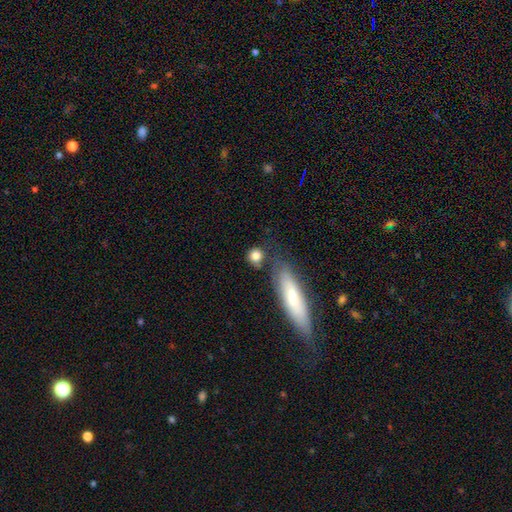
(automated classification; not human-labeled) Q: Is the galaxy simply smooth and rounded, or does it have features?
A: smooth — 82%.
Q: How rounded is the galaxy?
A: round — 74%.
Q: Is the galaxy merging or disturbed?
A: none — 66%.